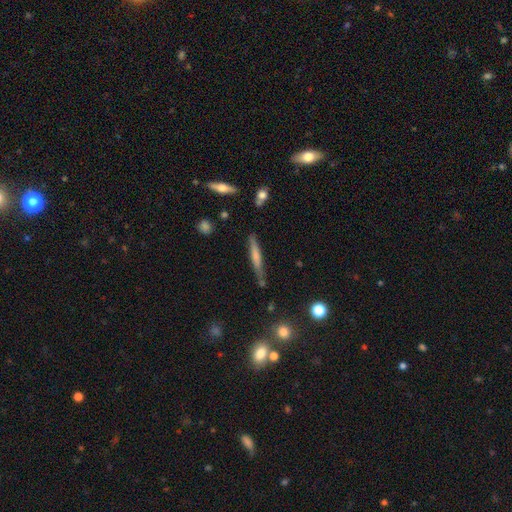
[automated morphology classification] A smooth galaxy with no disk features (58%) that is cigar-shaped (93%).

Vote fractions:
- Smooth or featured? smooth: 58% / featured or disk: 36% / star or artifact: 7%
- How rounded? cigar-shaped: 93% / in between: 5% / round: 2%
- Merging? none: 75% / minor disturbance: 17% / merger: 5% / major disturbance: 3%